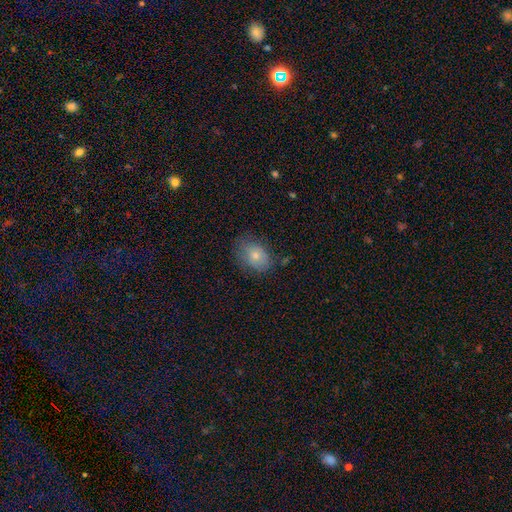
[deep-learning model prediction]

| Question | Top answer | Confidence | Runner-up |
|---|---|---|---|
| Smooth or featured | smooth | 79% | featured or disk (13%) |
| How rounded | in between | 71% | round (28%) |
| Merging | none | 69% | minor disturbance (23%) |